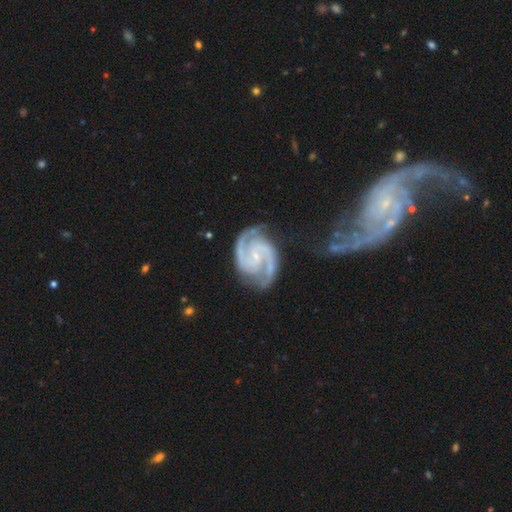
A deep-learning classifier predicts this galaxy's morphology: This appears to be a featured or disk galaxy (94%) with no bar (51%), 2 (90%) medium (53%) spiral arms (99%) and a small central bulge (79%). Merging: none (70%).